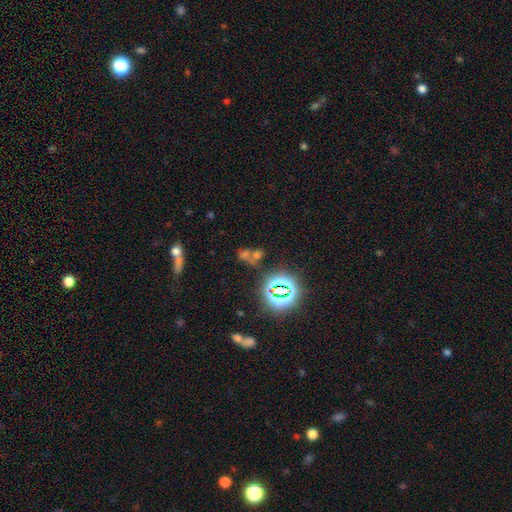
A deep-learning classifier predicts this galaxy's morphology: type=smooth (44%); merging=merger (48%).